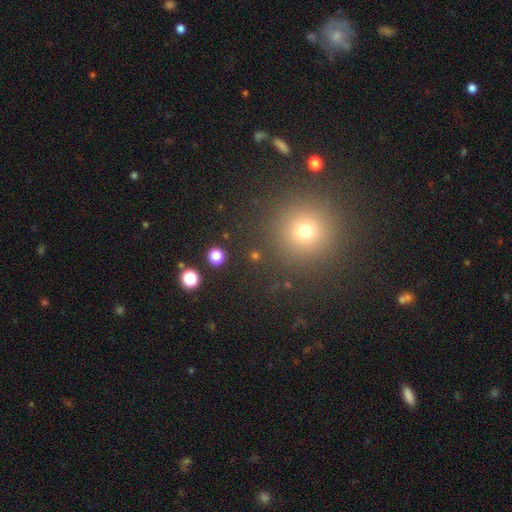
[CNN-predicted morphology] Smooth or featured: smooth — 58% (star or artifact — 35%)
How rounded: round — 93% (in between — 6%)
Merging: none — 89% (minor disturbance — 6%)